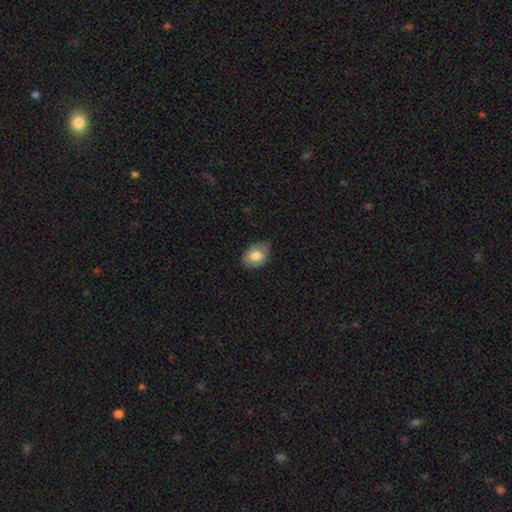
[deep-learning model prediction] A smooth galaxy with no disk features (78%) that is in between round and cigar-shaped (77%). Merging: none (73%).